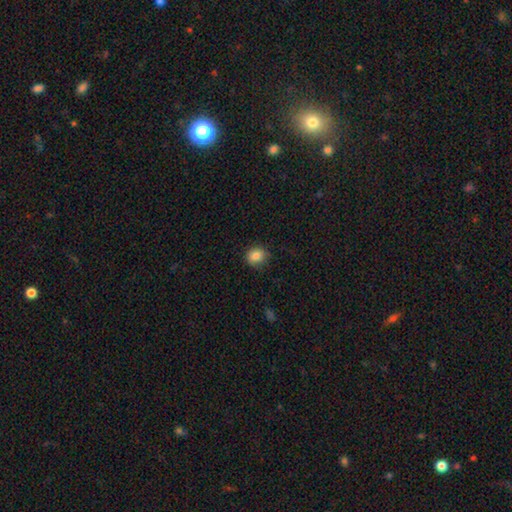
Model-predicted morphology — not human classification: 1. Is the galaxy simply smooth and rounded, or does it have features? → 84% smooth, 10% star or artifact, 6% featured or disk.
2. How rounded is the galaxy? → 74% round, 26% in between, 1% cigar-shaped.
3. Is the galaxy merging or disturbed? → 82% none, 14% minor disturbance, 3% major disturbance, 1% merger.